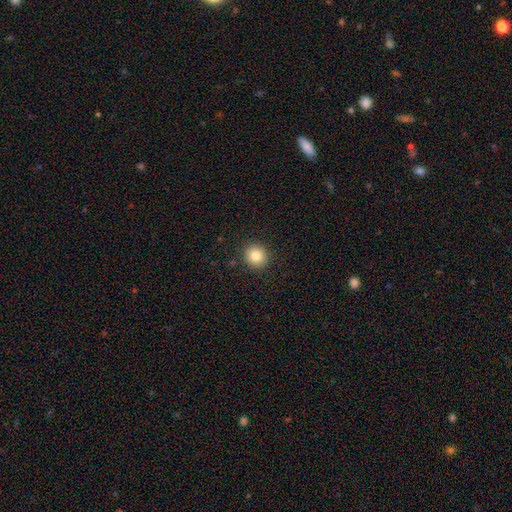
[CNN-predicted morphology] smooth_or_featured: smooth (p=0.82) [alt: star or artifact p=0.10]
how_rounded: round (p=0.86) [alt: in between p=0.13]
merging: none (p=0.91) [alt: minor disturbance p=0.06]